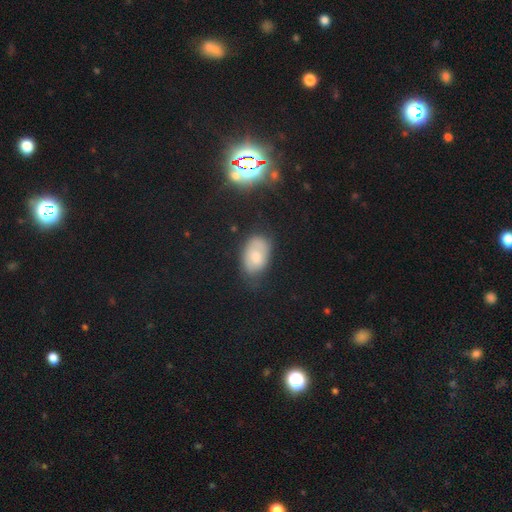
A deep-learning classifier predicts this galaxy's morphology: This is likely a smooth galaxy (66%). How rounded: clearly in between (90%). Merging: likely none (60%).